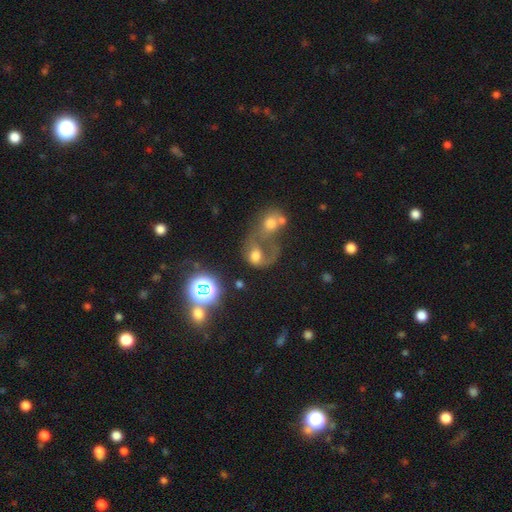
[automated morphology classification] type=smooth (45%); merging=merger (56%).